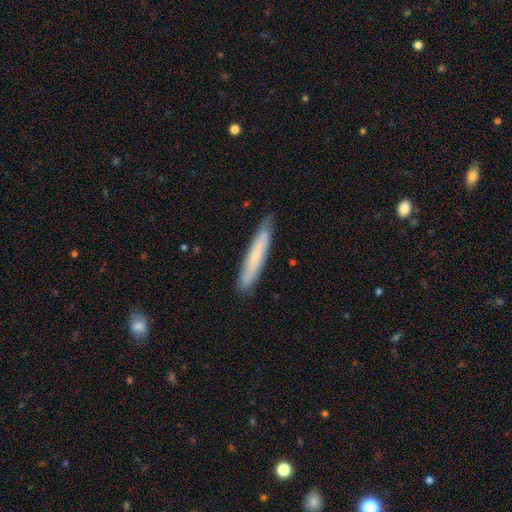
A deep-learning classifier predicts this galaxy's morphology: A smooth galaxy with no disk features (54%) that is cigar-shaped (92%). Merging: none (83%).